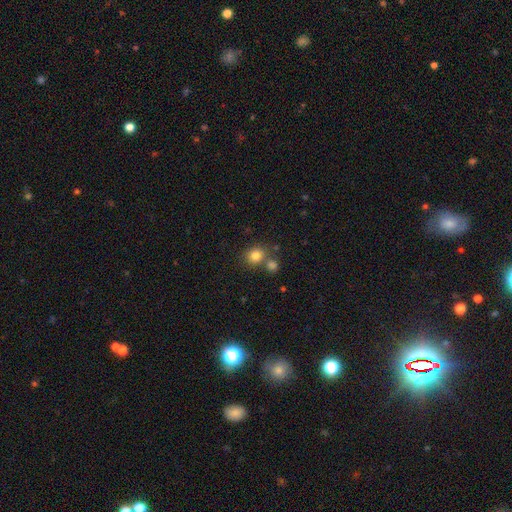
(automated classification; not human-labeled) A smooth galaxy with no disk features (82%) that is round (74%).

Vote fractions:
- Smooth or featured? smooth: 82% / star or artifact: 11% / featured or disk: 7%
- How rounded? round: 74% / in between: 25% / cigar-shaped: 1%
- Merging? none: 62% / merger: 24% / minor disturbance: 10% / major disturbance: 3%